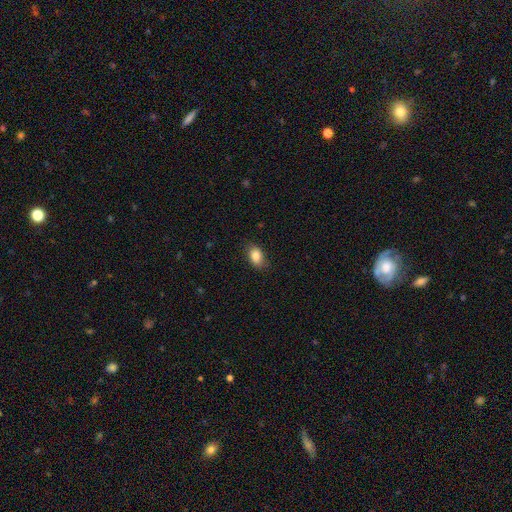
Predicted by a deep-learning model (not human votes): Smooth or featured: smooth — 84% (featured or disk — 8%)
How rounded: in between — 84% (round — 14%)
Merging: none — 81% (minor disturbance — 15%)